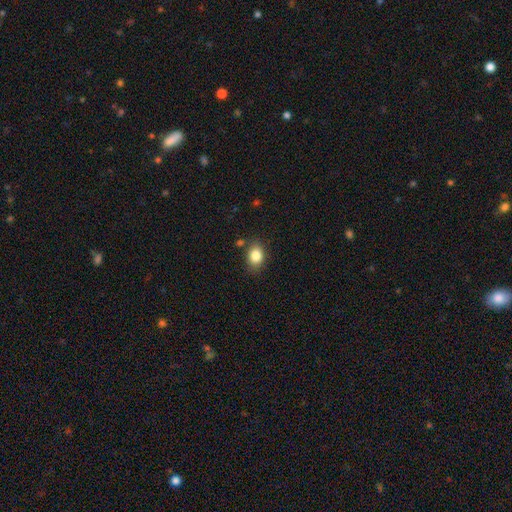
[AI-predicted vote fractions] A smooth galaxy with no disk features (84%) that is in between round and cigar-shaped (67%).

Vote fractions:
- Smooth or featured? smooth: 84% / star or artifact: 9% / featured or disk: 7%
- How rounded? in between: 67% / round: 32% / cigar-shaped: 1%
- Merging? none: 78% / minor disturbance: 14% / merger: 4% / major disturbance: 4%